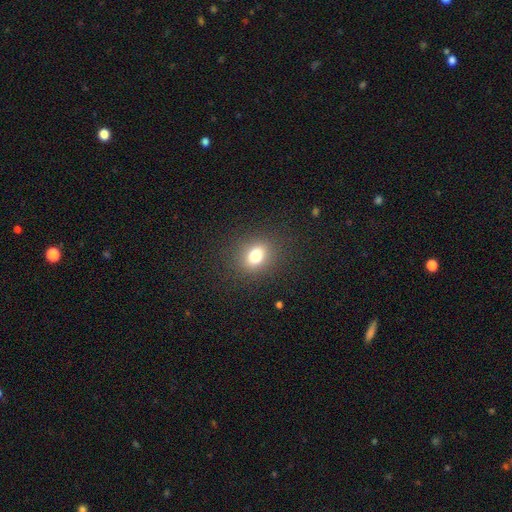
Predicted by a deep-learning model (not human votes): smooth-or-featured: smooth: 77% | star or artifact: 14% | featured or disk: 9%
  how-rounded: round: 52% | in between: 47% | cigar-shaped: 1%
  merging: none: 87% | minor disturbance: 8% | major disturbance: 4% | merger: 1%